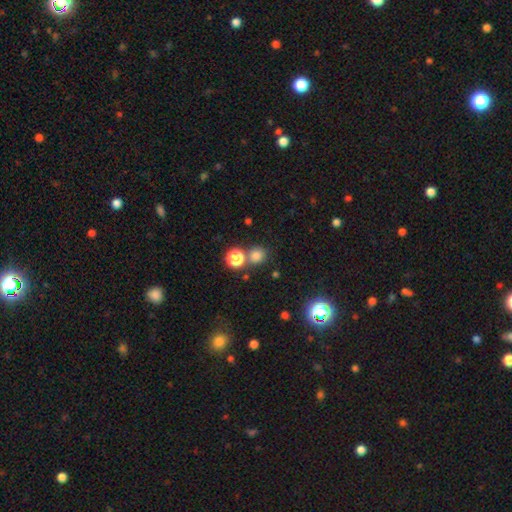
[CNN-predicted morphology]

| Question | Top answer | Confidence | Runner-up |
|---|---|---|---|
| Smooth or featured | smooth | 76% | star or artifact (19%) |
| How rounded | round | 86% | in between (13%) |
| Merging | none | 70% | merger (18%) |